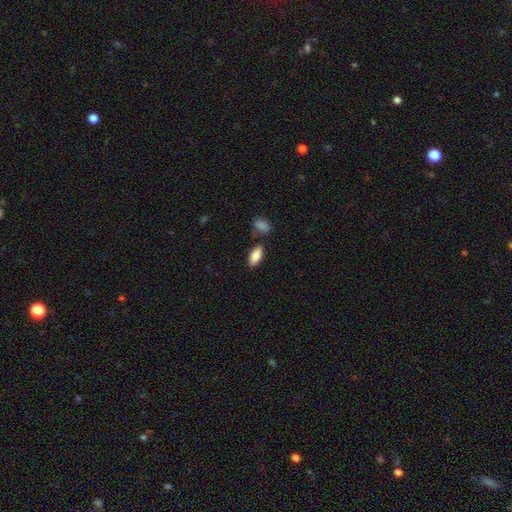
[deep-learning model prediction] Smooth or featured? Predicted: smooth (p=0.86). How rounded? Predicted: in between (p=0.87). Merging? Predicted: none (p=0.76).